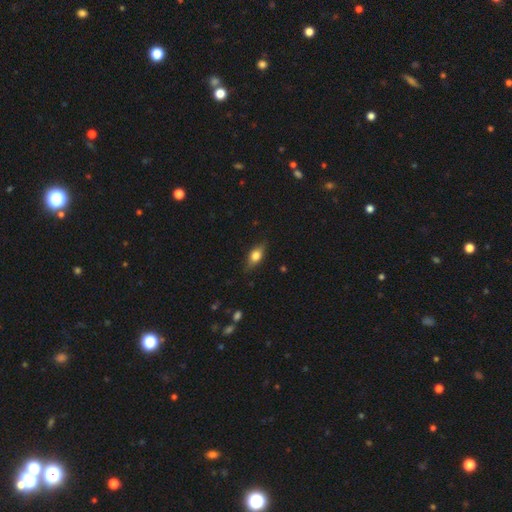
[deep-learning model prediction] This is likely a smooth galaxy (66%). How rounded: likely in between (77%). Merging: likely none (80%).